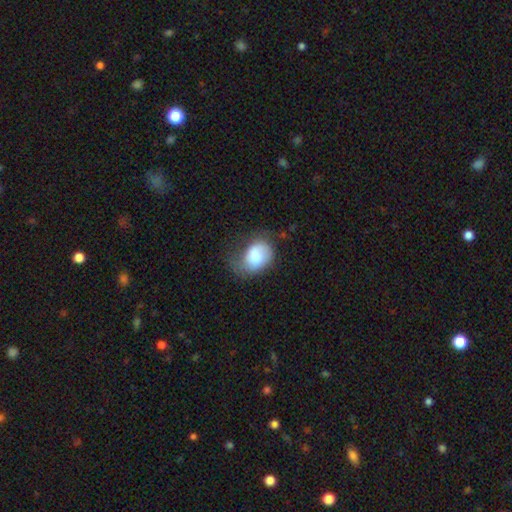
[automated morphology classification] The model was most divided on "merging": none: 36%, minor disturbance: 35%, major disturbance: 27%, merger: 3%. More confident: smooth or featured — smooth (73%); how rounded — in between (62%).